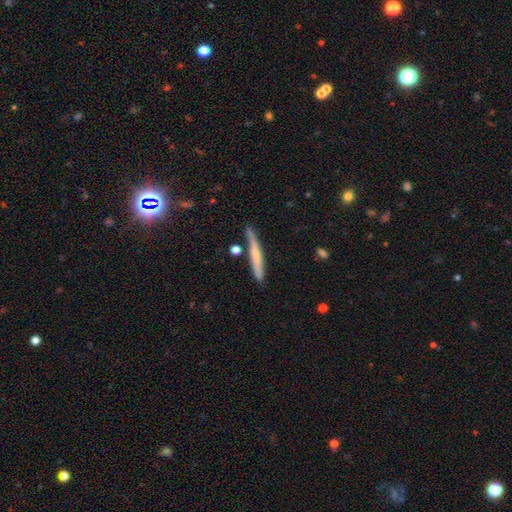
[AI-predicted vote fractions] Smooth or featured? smooth (56%)
How rounded? cigar-shaped (95%)
Merging? none (75%)